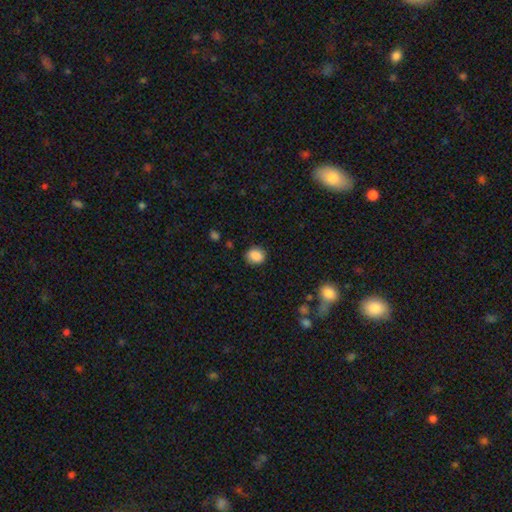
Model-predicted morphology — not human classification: A smooth galaxy with no disk features (87%) that is round (64%). Merging: none (84%).